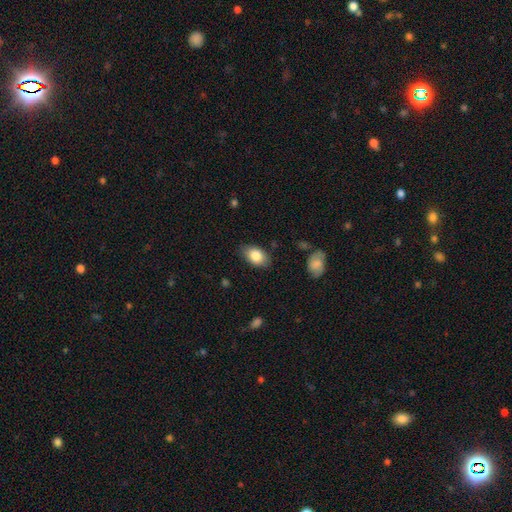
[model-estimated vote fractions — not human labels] This is clearly a smooth galaxy (84%). How rounded: clearly in between (89%). Merging: likely none (80%).